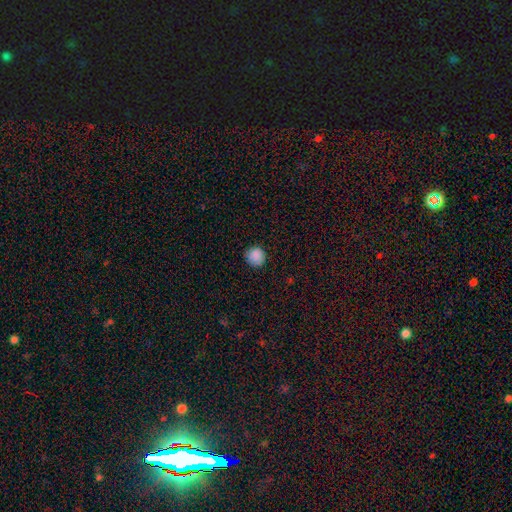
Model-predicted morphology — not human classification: This is clearly a smooth galaxy (88%). How rounded: clearly round (93%). Merging: clearly none (88%).